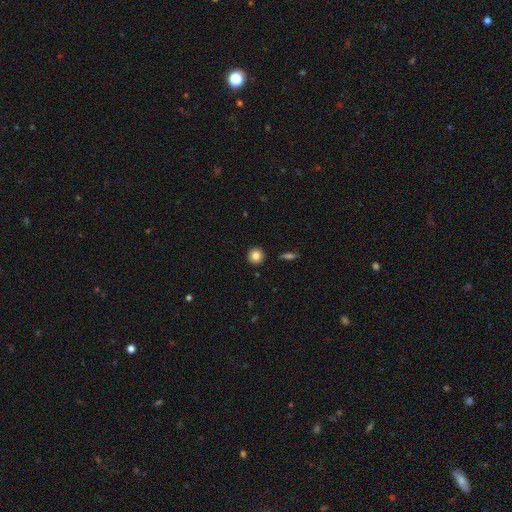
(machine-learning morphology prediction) smooth 84%, star or artifact 10%, featured or disk 7%. Down the decision tree: how rounded — round (94%); merging — none (91%).